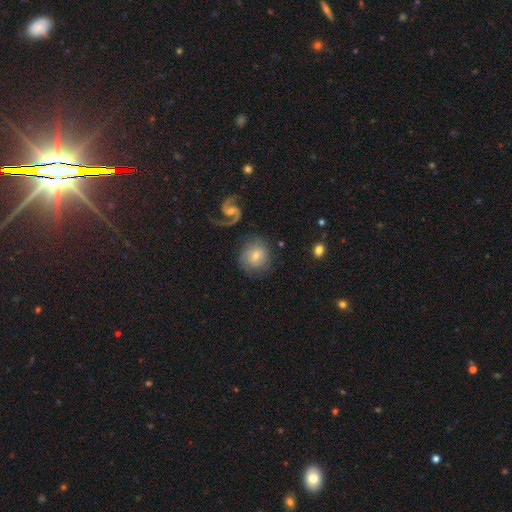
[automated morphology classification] Q: Smooth or featured?
A: smooth (50%); runner-up: featured or disk (41%)
Q: How rounded?
A: round (82%); runner-up: in between (17%)
Q: Merging?
A: none (73%); runner-up: minor disturbance (15%)